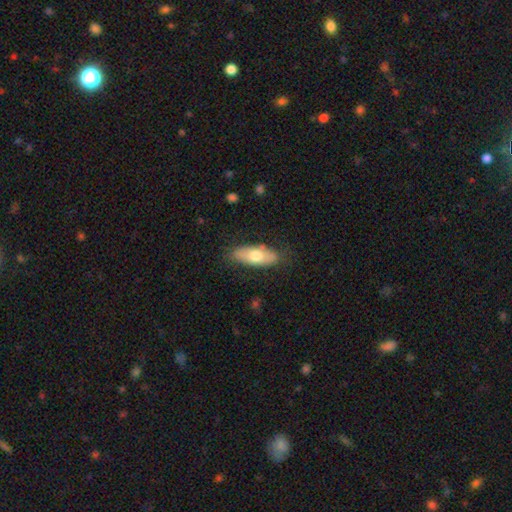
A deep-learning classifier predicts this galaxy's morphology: The model was most divided on "smooth or featured": smooth: 67%, featured or disk: 27%, star or artifact: 6%. More confident: merging — none (80%); how rounded — in between (77%).